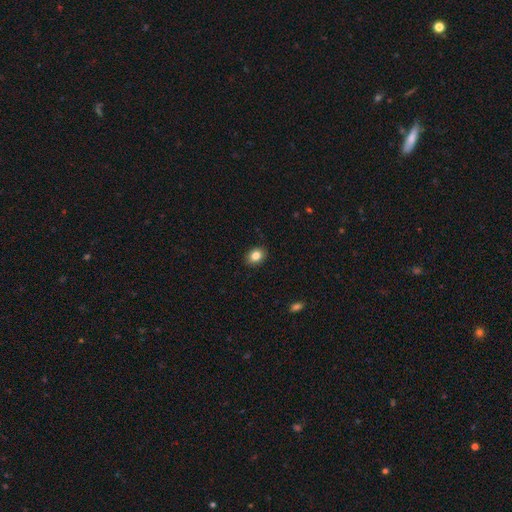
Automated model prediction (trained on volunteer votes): A smooth galaxy with no disk features (84%) that is in between round and cigar-shaped (62%). Merging: none (89%).